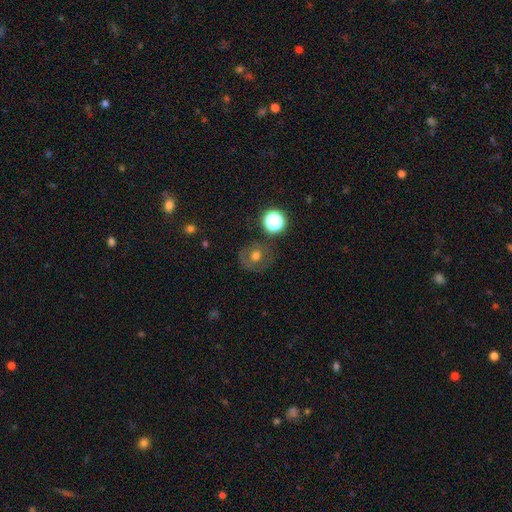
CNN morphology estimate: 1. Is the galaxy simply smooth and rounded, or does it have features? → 60% smooth, 23% featured or disk, 17% star or artifact.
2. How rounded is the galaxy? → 84% round, 15% in between, 1% cigar-shaped.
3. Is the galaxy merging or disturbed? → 71% none, 16% minor disturbance, 9% major disturbance, 4% merger.